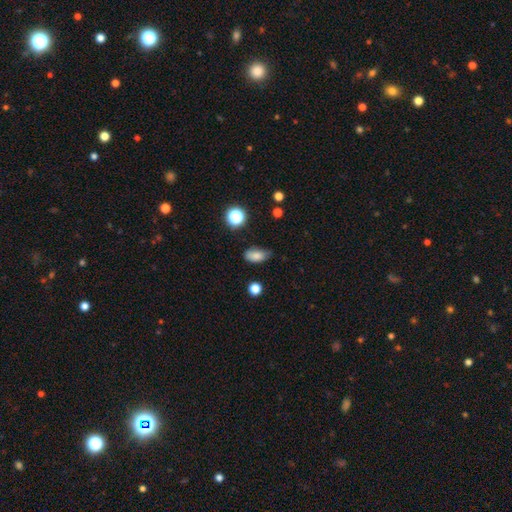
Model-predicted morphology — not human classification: Smooth or featured?
  - smooth: 81% *
  - star or artifact: 11%
  - featured or disk: 8%
How rounded?
  - in between: 88% *
  - round: 8%
  - cigar-shaped: 4%
Merging?
  - none: 65% *
  - minor disturbance: 28%
  - major disturbance: 5%
  - merger: 2%